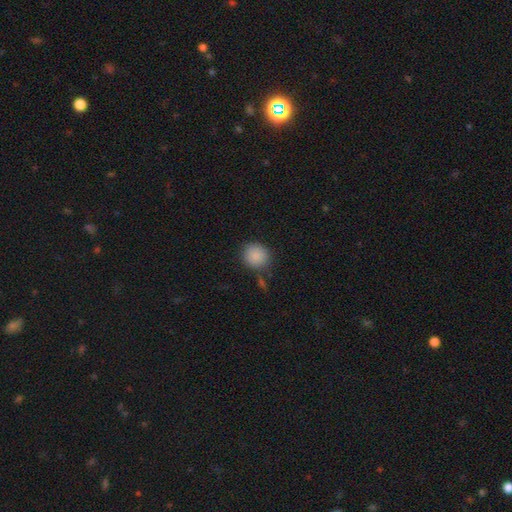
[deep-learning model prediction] A smooth galaxy with no disk features (88%) that is round (87%). Merging: none (81%).